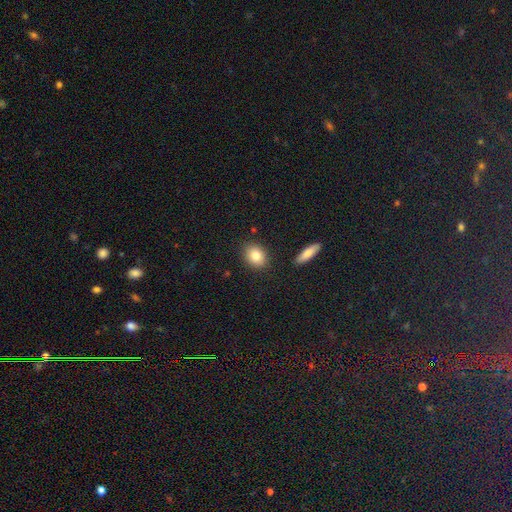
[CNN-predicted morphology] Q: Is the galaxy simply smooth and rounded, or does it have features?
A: smooth — 83%.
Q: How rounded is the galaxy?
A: in between — 60%.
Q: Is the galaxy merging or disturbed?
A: none — 86%.